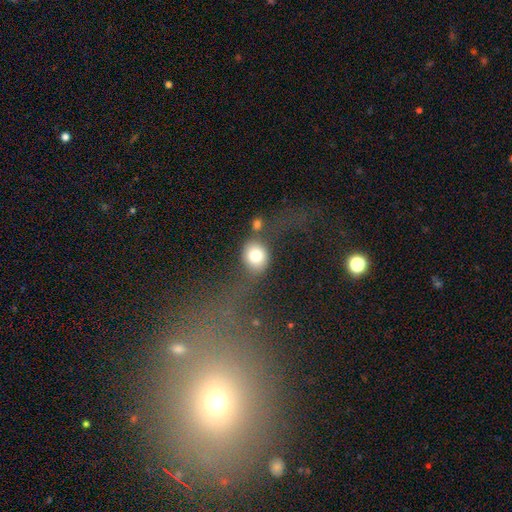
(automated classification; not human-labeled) Overall: smooth (77%). How rounded: round (70%). Merging: none (50%; major disturbance 21%).